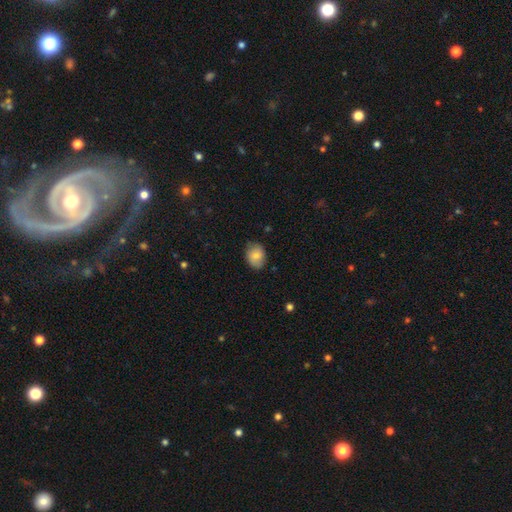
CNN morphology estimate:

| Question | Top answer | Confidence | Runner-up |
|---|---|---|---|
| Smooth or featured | smooth | 82% | featured or disk (11%) |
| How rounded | in between | 58% | round (41%) |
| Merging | none | 79% | minor disturbance (17%) |